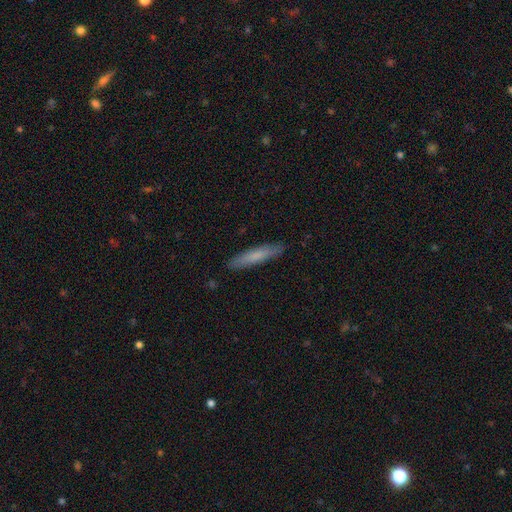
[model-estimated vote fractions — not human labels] Overall: smooth (73%). How rounded: cigar-shaped (91%). Merging: none (89%).